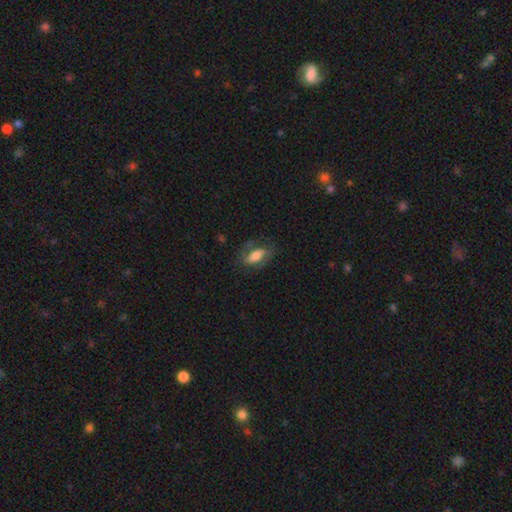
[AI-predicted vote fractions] Overall: smooth (57%; featured or disk 36%). How rounded: in between (84%). Merging: none (63%).